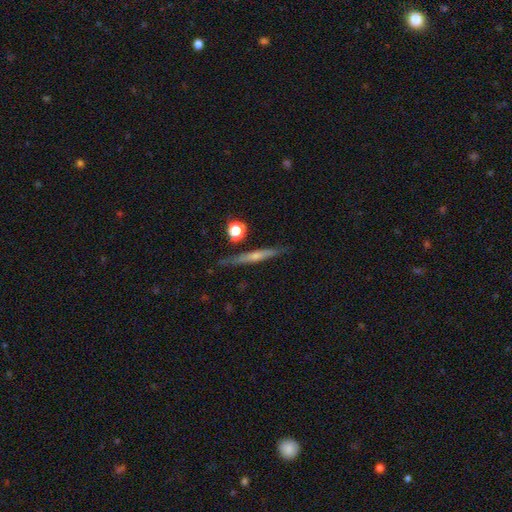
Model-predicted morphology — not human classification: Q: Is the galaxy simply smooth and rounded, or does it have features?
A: featured or disk — 63%.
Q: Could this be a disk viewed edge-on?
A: yes — 96%.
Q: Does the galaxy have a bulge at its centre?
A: rounded — 61%.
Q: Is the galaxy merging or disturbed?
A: none — 85%.